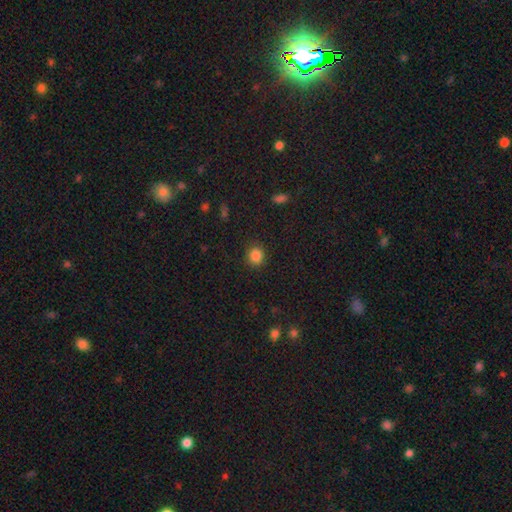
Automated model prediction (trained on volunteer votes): The model was most divided on "how rounded": round: 86%, in between: 13%, cigar-shaped: 1%. More confident: merging — none (89%); smooth or featured — smooth (85%).